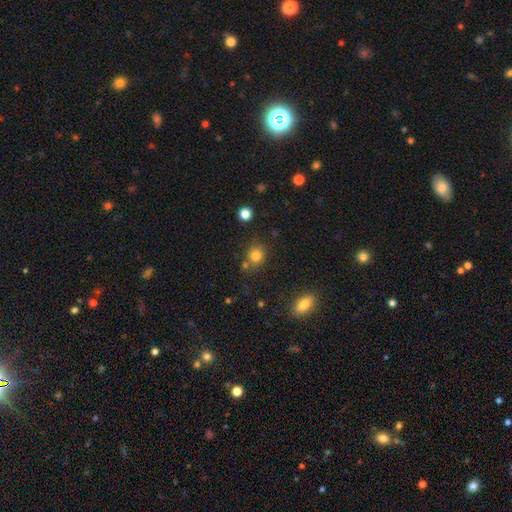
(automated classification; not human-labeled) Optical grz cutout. It shows a smooth galaxy with no disk features (80%) that is round (78%). Merging: none (73%).